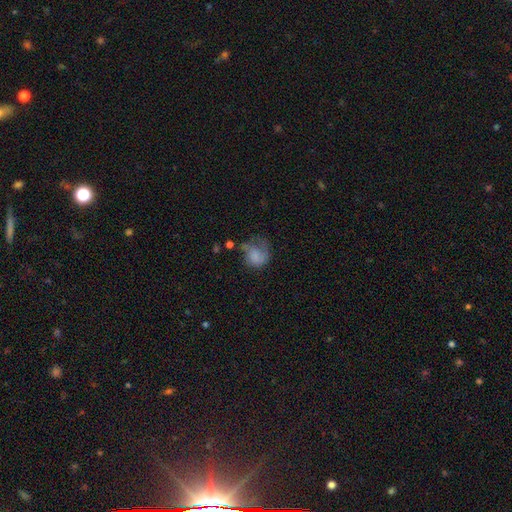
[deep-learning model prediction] smooth 64%, featured or disk 26%, star or artifact 10%. Down the decision tree: how rounded — round (58%); merging — major disturbance (41%).